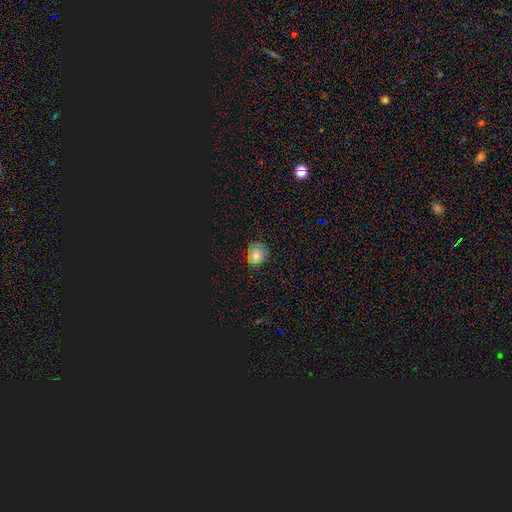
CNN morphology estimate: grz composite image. It shows a smooth galaxy with no disk features (56%) that is round (77%). Merging: none (73%).